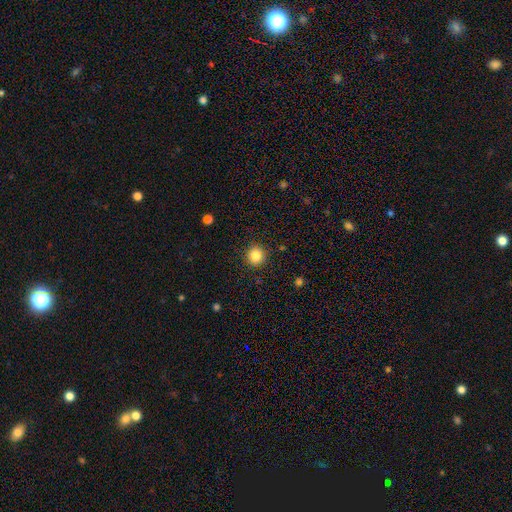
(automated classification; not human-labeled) This appears to be a smooth galaxy with no disk features (86%) that is round (92%). Merging: none (91%).